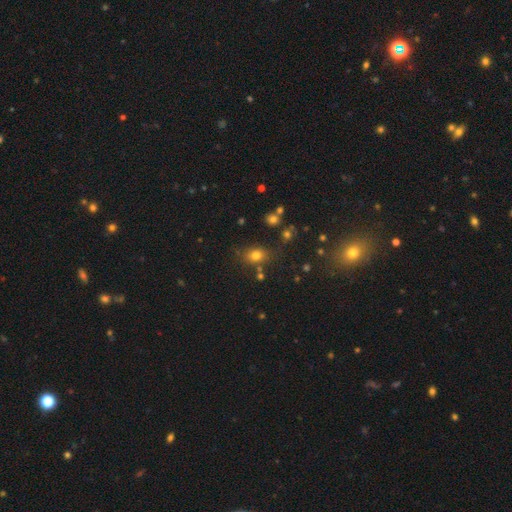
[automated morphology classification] Overall: smooth (75%). How rounded: in between (56%; round 42%). Merging: none (74%).